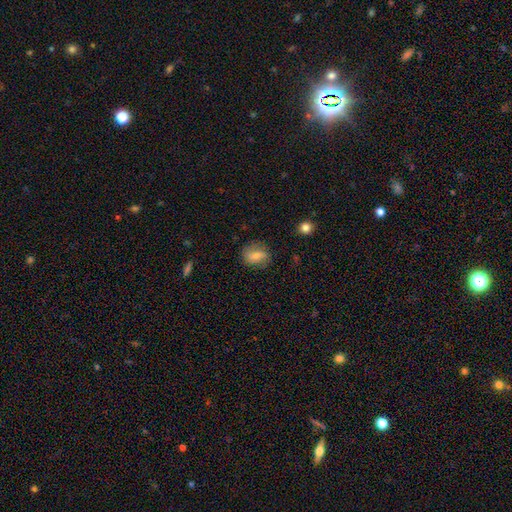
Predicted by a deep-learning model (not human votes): Morphology: type=smooth (66%); roundness=in between (51%); merging=none (76%).